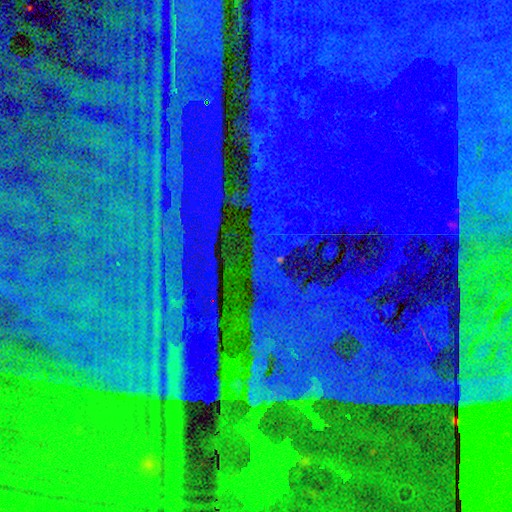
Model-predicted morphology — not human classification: The model was most divided on "smooth or featured": star or artifact: 88%, featured or disk: 7%, smooth: 6%.